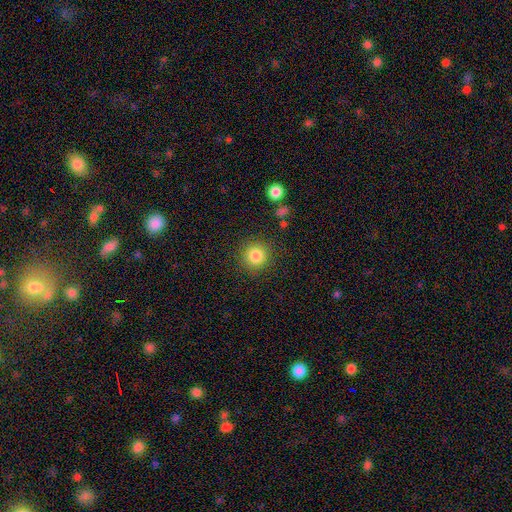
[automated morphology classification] smooth-or-featured: smooth: 83% | star or artifact: 11% | featured or disk: 6%
  how-rounded: round: 93% | in between: 6% | cigar-shaped: 1%
  merging: none: 88% | minor disturbance: 8% | major disturbance: 3% | merger: 2%